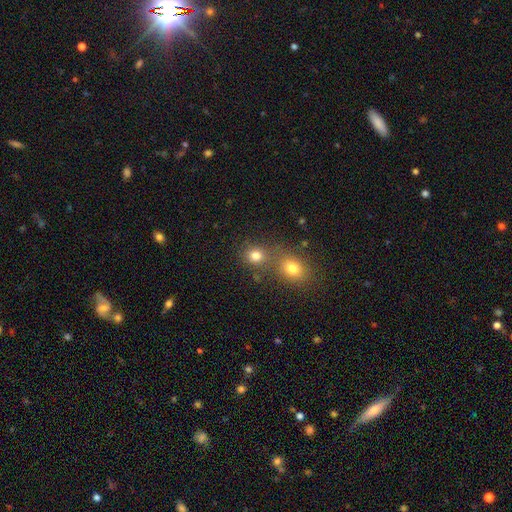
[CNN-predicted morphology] The model was most divided on "merging": none: 54%, merger: 35%, minor disturbance: 8%, major disturbance: 3%. More confident: smooth or featured — smooth (79%); how rounded — round (72%).